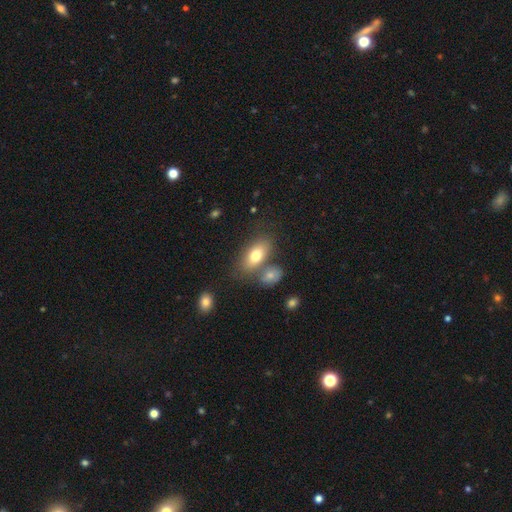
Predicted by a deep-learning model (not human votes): This appears to be a smooth galaxy with no disk features (74%) that is in between round and cigar-shaped (88%). Merging: none (60%).